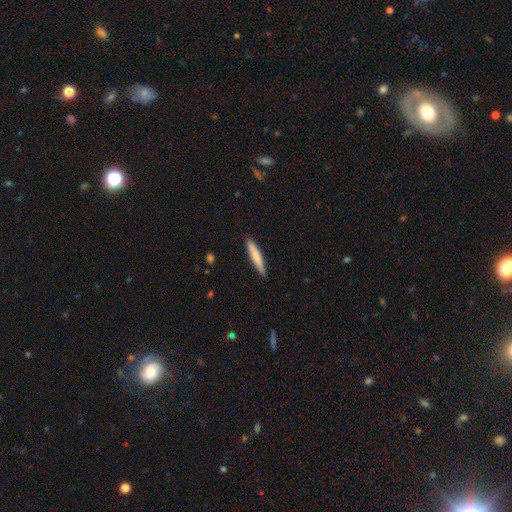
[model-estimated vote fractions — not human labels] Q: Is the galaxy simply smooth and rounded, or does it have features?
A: smooth — 74%.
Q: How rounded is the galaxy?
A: cigar-shaped — 92%.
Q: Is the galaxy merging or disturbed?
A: none — 89%.